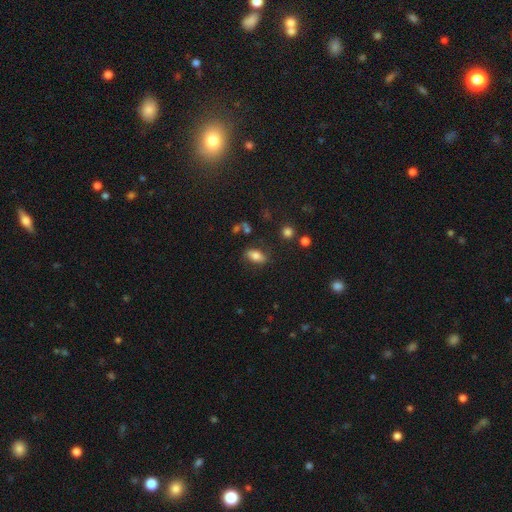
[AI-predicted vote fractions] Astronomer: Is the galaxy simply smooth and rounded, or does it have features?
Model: smooth — 77%.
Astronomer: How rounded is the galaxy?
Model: in between — 87%.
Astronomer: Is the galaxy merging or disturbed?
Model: none — 79%.